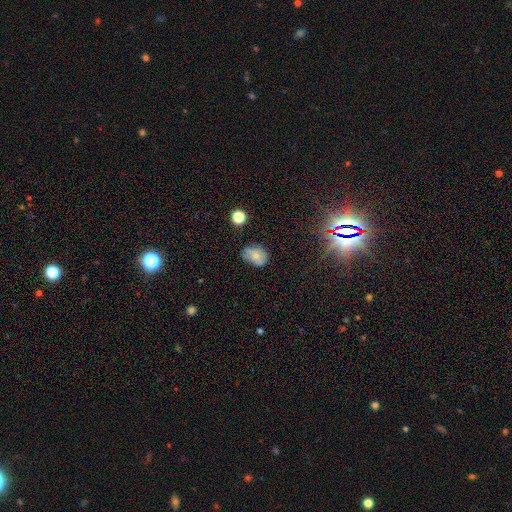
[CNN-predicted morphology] Smooth or featured? Predicted: smooth (p=0.66). How rounded? Predicted: in between (p=0.70). Merging? Predicted: none (p=0.58).